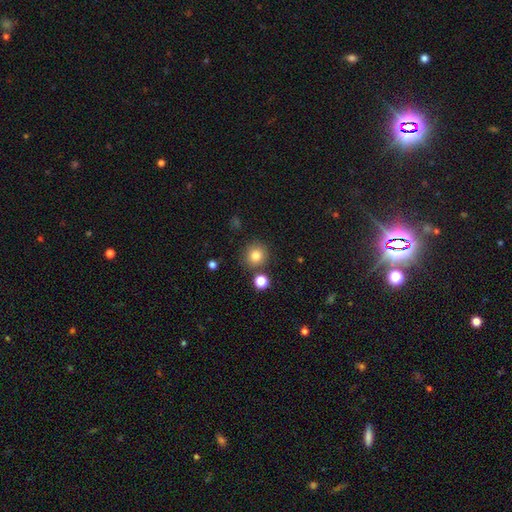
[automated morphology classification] Q: Smooth or featured?
A: smooth (81%); runner-up: star or artifact (12%)
Q: How rounded?
A: round (92%); runner-up: in between (7%)
Q: Merging?
A: none (83%); runner-up: minor disturbance (8%)